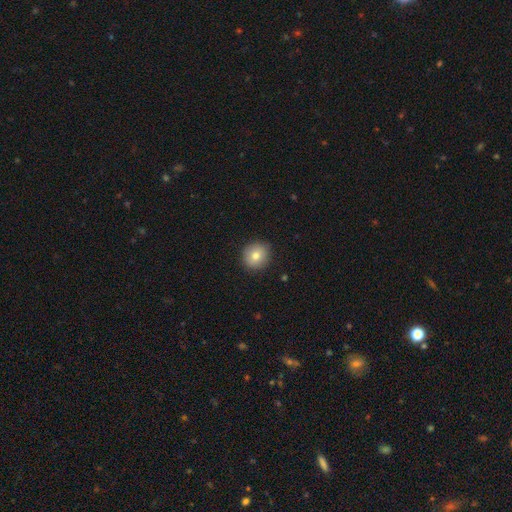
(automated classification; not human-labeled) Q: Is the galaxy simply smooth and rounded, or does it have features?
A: smooth — 79%.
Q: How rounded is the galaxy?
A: round — 89%.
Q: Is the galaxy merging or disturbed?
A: none — 90%.